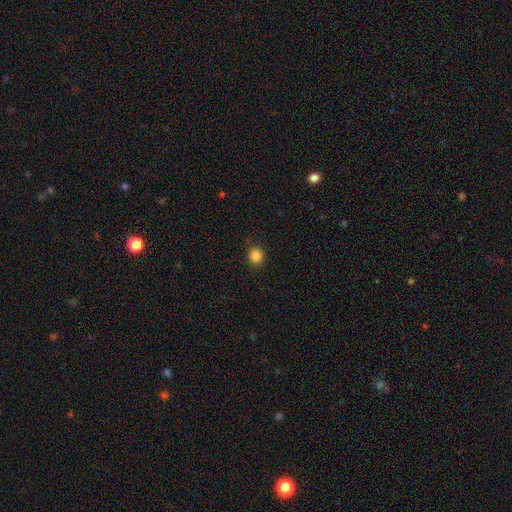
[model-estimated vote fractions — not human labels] This is clearly a smooth galaxy (85%). How rounded: clearly round (86%). Merging: clearly none (89%).